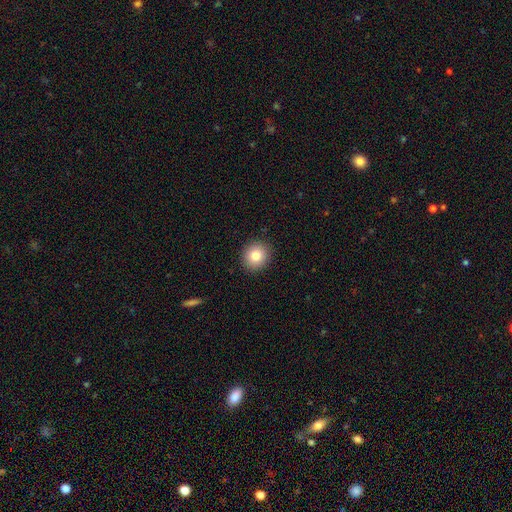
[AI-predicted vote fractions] Morphology: type=smooth (82%); roundness=round (85%); merging=none (91%).